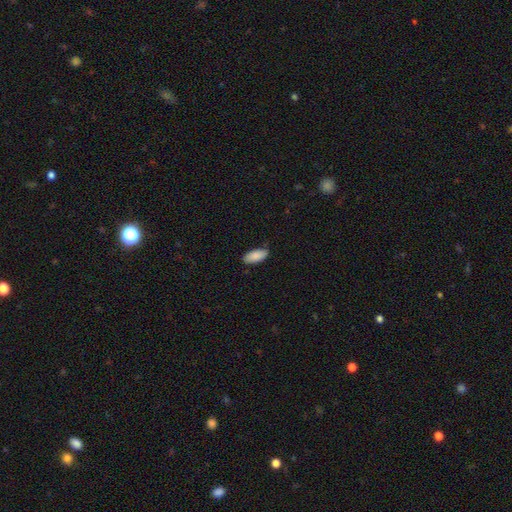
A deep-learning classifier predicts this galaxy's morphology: This appears to be a smooth galaxy with no disk features (89%) that is in between round and cigar-shaped (90%). Merging: none (79%).